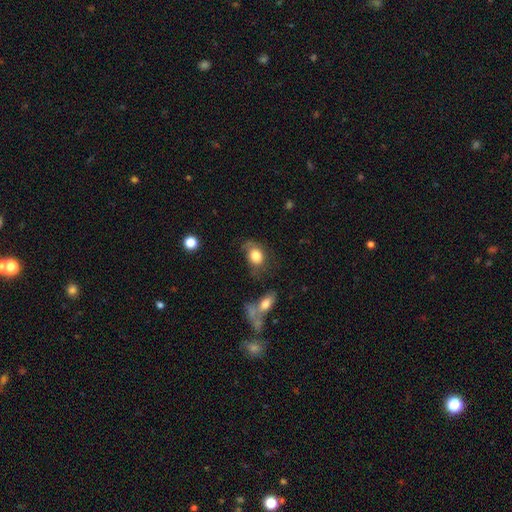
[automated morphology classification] A smooth galaxy with no disk features (75%) that is in between round and cigar-shaped (63%). Merging: none (45%).